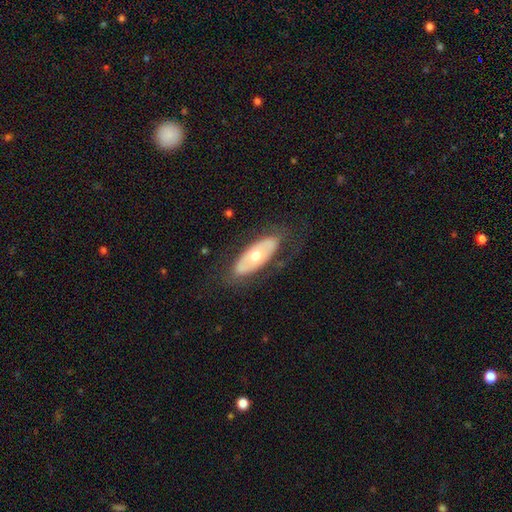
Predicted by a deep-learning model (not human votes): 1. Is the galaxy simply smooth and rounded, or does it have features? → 51% featured or disk, 43% smooth, 6% star or artifact.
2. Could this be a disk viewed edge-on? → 80% no, 20% yes.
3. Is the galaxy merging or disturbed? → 76% none, 15% minor disturbance, 8% major disturbance, 1% merger.